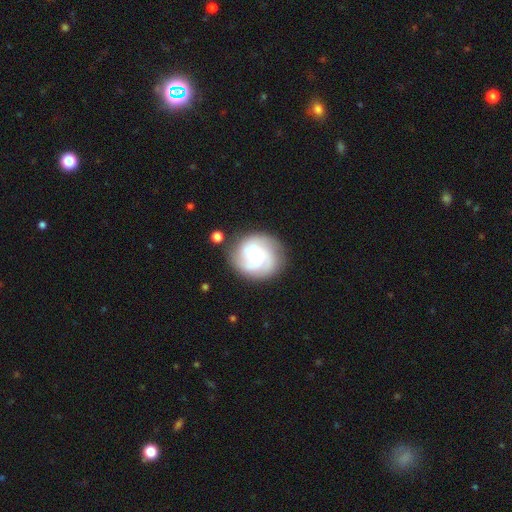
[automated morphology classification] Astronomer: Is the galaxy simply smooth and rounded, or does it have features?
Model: featured or disk — 74%.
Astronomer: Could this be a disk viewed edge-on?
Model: no — 98%.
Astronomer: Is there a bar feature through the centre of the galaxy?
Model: no — 77%.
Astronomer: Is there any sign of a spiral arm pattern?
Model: yes — 94%.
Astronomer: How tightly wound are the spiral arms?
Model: tight — 53% (runner-up: medium, 36%).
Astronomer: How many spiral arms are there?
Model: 3 — 52%.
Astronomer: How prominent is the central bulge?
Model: moderate — 58% (runner-up: small, 36%).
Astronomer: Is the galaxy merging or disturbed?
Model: none — 81%.